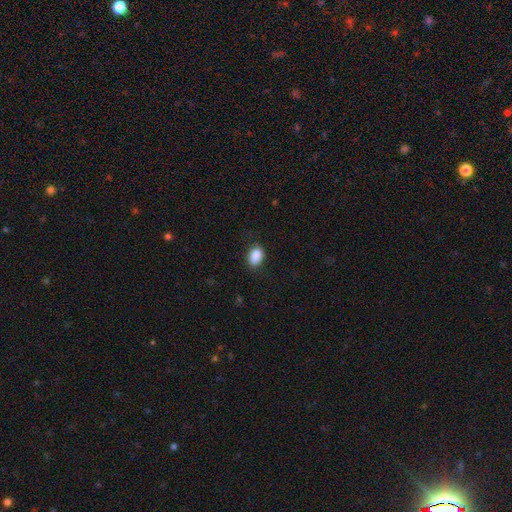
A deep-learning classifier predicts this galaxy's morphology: Smooth or featured: smooth — 89% (star or artifact — 7%)
How rounded: in between — 86% (round — 13%)
Merging: none — 81% (minor disturbance — 14%)